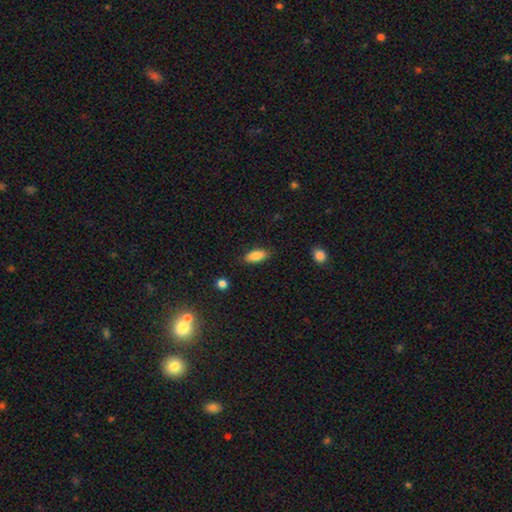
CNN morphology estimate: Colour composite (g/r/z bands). It shows a smooth galaxy with no disk features (86%) that is in between round and cigar-shaped (85%). Merging: none (85%).